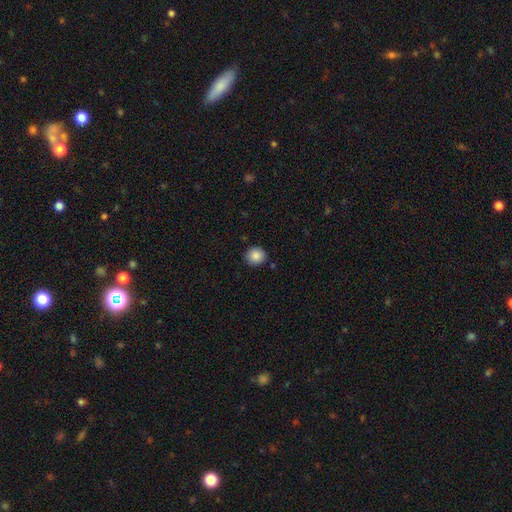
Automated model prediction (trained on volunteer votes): smooth 88%, star or artifact 9%, featured or disk 4%. Down the decision tree: how rounded — round (90%); merging — none (89%).